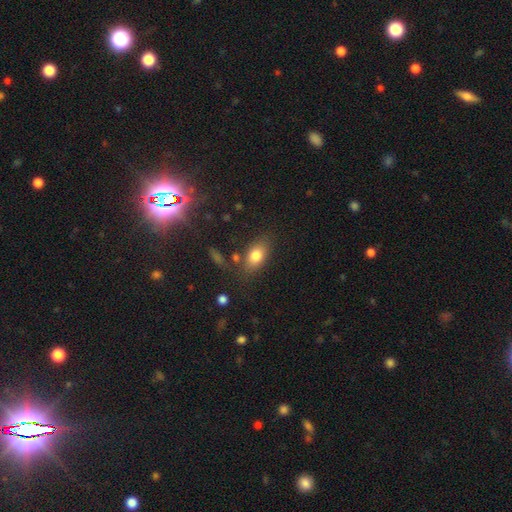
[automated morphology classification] A smooth galaxy with no disk features (78%) that is in between round and cigar-shaped (83%).

Vote fractions:
- Smooth or featured? smooth: 78% / featured or disk: 12% / star or artifact: 9%
- How rounded? in between: 83% / round: 12% / cigar-shaped: 4%
- Merging? none: 75% / minor disturbance: 15% / merger: 6% / major disturbance: 5%